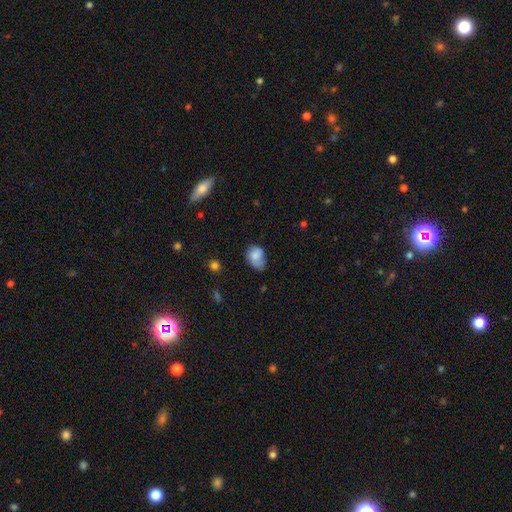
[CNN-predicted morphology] Smooth or featured? smooth (75%)
How rounded? in between (68%)
Merging? none (45%)